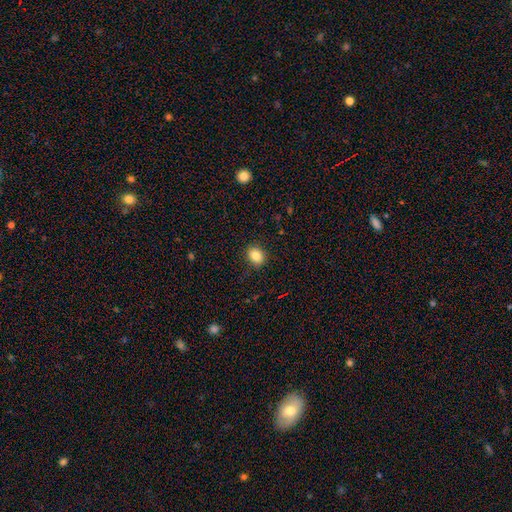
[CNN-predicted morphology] smooth_or_featured: smooth (p=0.85) [alt: star or artifact p=0.10]
how_rounded: in between (p=0.56) [alt: round p=0.43]
merging: none (p=0.89) [alt: minor disturbance p=0.08]